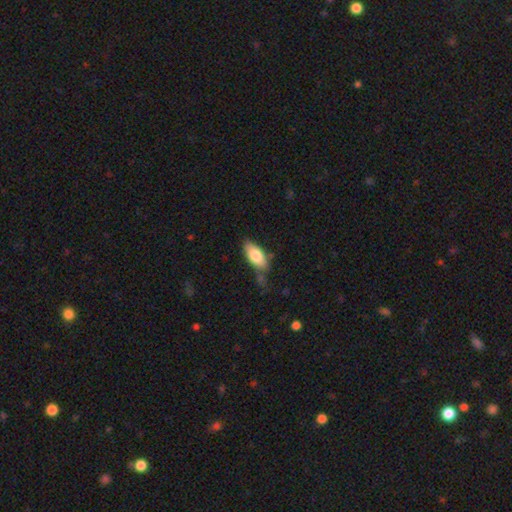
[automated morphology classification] Smooth or featured: smooth — 78% (featured or disk — 16%)
How rounded: in between — 86% (cigar-shaped — 11%)
Merging: none — 57% (minor disturbance — 28%)